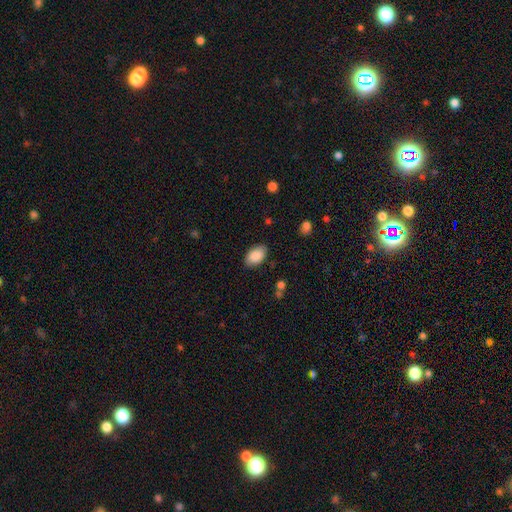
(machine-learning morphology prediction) Smooth or featured?
  - smooth: 88% *
  - star or artifact: 6%
  - featured or disk: 6%
How rounded?
  - in between: 93% *
  - round: 6%
  - cigar-shaped: 1%
Merging?
  - none: 85% *
  - minor disturbance: 11%
  - major disturbance: 3%
  - merger: 1%